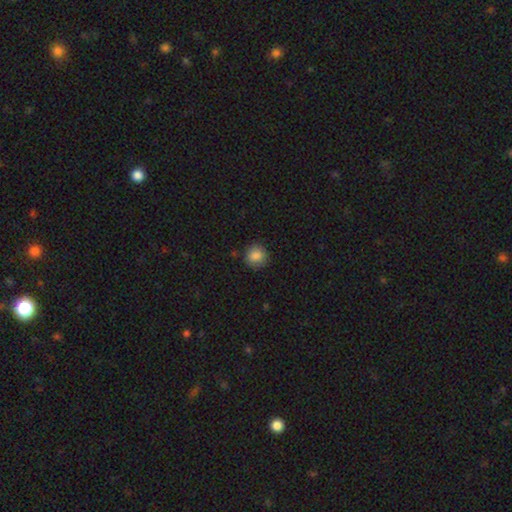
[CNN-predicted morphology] A smooth galaxy with no disk features (86%) that is round (89%).

Vote fractions:
- Smooth or featured? smooth: 86% / star or artifact: 9% / featured or disk: 5%
- How rounded? round: 89% / in between: 10% / cigar-shaped: 1%
- Merging? none: 85% / minor disturbance: 11% / major disturbance: 3% / merger: 1%